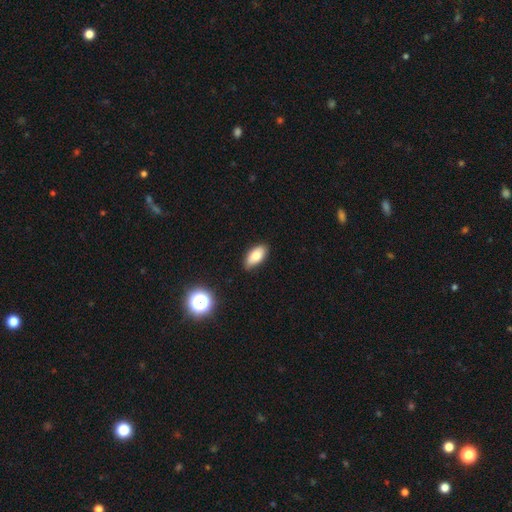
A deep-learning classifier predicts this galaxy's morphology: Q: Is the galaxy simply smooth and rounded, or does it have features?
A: smooth — 78%.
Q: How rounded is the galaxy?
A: in between — 91%.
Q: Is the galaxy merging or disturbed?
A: none — 85%.